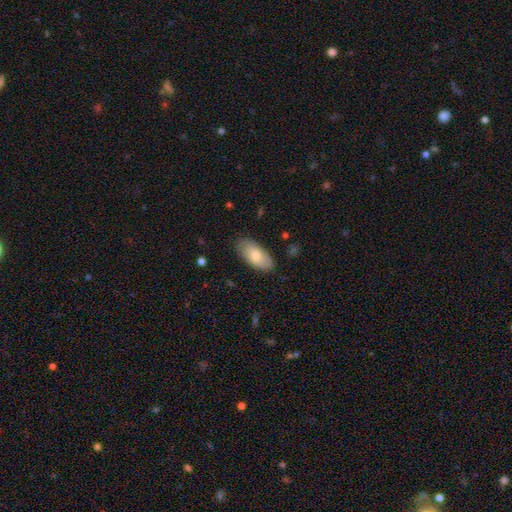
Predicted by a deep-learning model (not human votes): smooth-or-featured: smooth: 76% | featured or disk: 18% | star or artifact: 6%
  how-rounded: in between: 92% | cigar-shaped: 5% | round: 2%
  merging: none: 81% | minor disturbance: 15% | major disturbance: 3% | merger: 1%